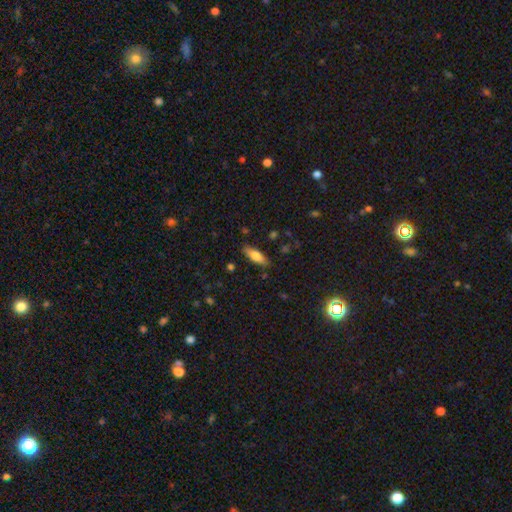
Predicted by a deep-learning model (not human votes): smooth_or_featured: smooth (p=0.71) [alt: featured or disk p=0.22]
how_rounded: in between (p=0.59) [alt: cigar-shaped p=0.39]
merging: none (p=0.84) [alt: minor disturbance p=0.12]